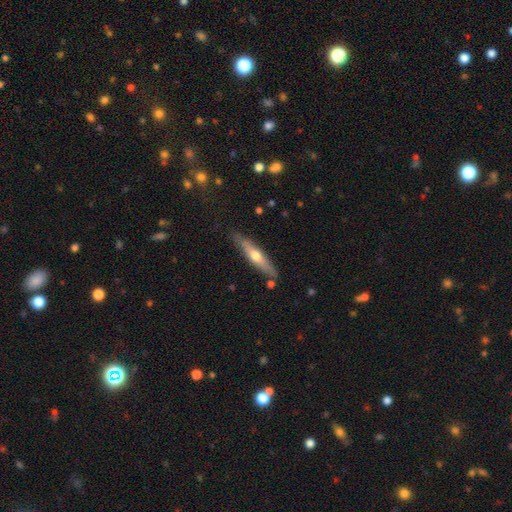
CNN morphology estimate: Smooth or featured: featured or disk — 53% (smooth — 42%)
Edge-on disk: yes — 89% (no — 11%)
Merging: none — 82% (minor disturbance — 13%)